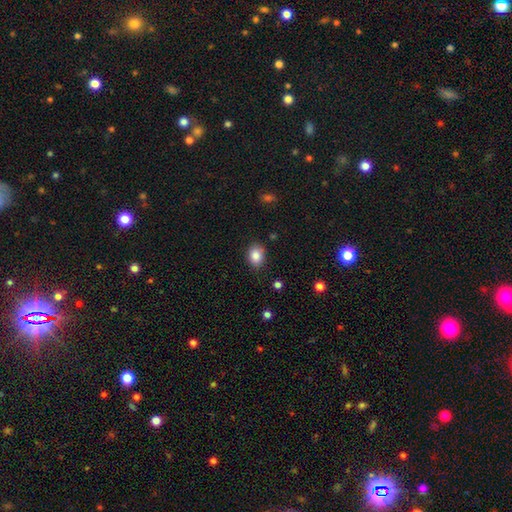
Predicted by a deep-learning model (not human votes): Smooth or featured?
  - smooth: 85% *
  - star or artifact: 9%
  - featured or disk: 6%
How rounded?
  - in between: 65% *
  - round: 34%
  - cigar-shaped: 1%
Merging?
  - none: 82% *
  - minor disturbance: 14%
  - major disturbance: 3%
  - merger: 2%